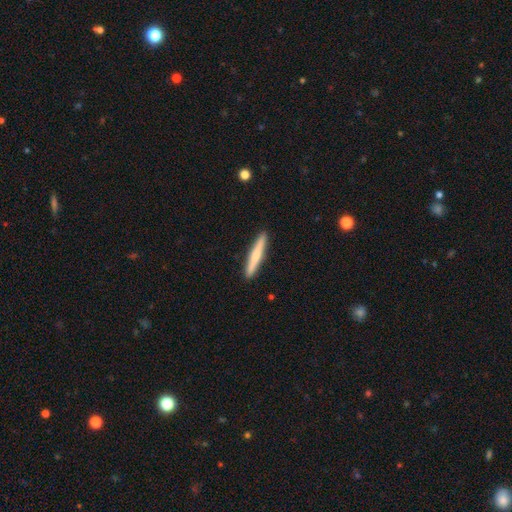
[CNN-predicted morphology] A smooth galaxy with no disk features (60%) that is cigar-shaped (95%).

Vote fractions:
- Smooth or featured? smooth: 60% / featured or disk: 35% / star or artifact: 5%
- How rounded? cigar-shaped: 95% / in between: 4% / round: 1%
- Merging? none: 92% / minor disturbance: 6% / major disturbance: 1% / merger: 1%